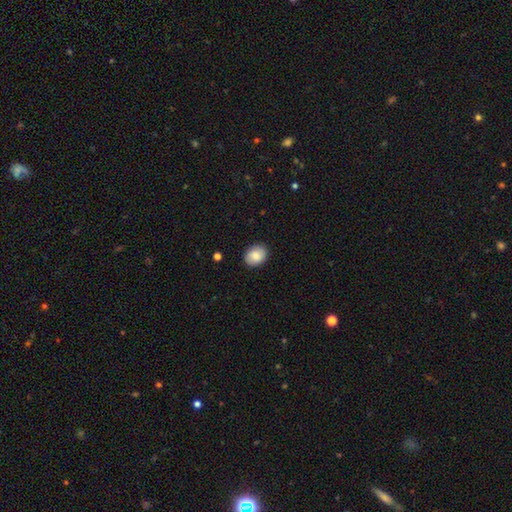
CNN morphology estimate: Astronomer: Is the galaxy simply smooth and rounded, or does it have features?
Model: smooth — 83%.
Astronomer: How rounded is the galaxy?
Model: in between — 57% (runner-up: round, 43%).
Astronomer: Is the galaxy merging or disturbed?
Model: none — 89%.